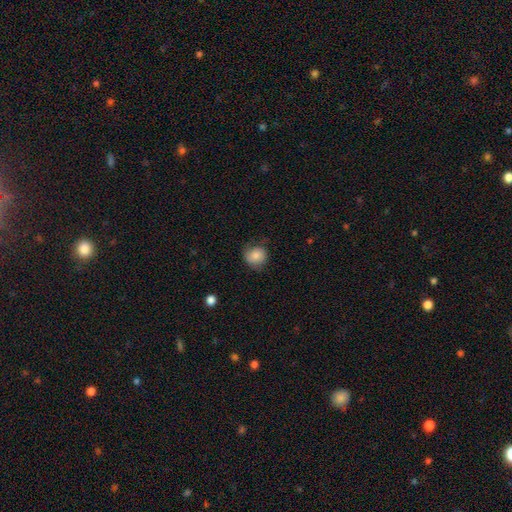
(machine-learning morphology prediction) Q: Smooth or featured?
A: smooth (78%); runner-up: featured or disk (13%)
Q: How rounded?
A: round (80%); runner-up: in between (19%)
Q: Merging?
A: none (67%); runner-up: minor disturbance (24%)